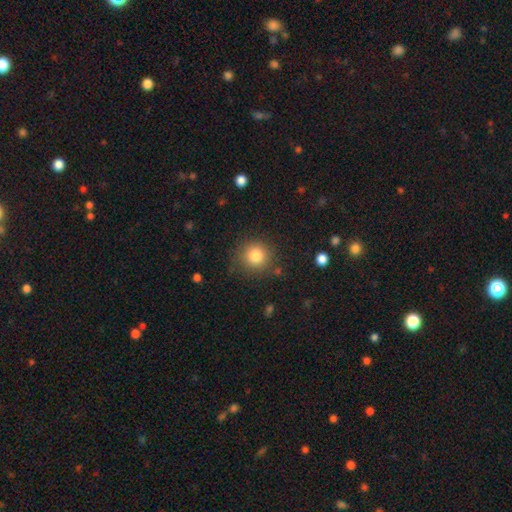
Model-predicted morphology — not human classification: Overall: smooth (82%). How rounded: round (92%). Merging: none (85%).